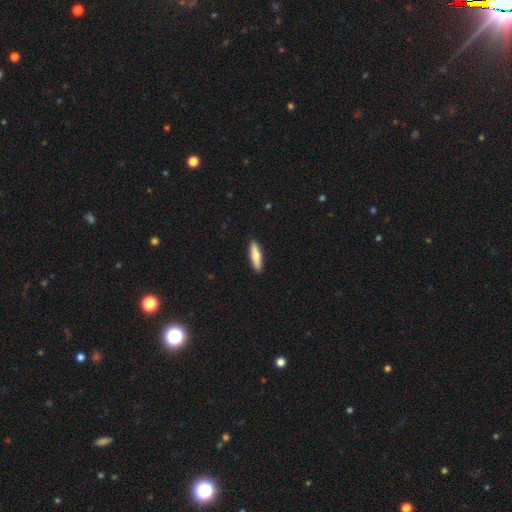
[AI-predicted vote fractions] Smooth or featured? Predicted: smooth (p=0.69). How rounded? Predicted: cigar-shaped (p=0.70). Merging? Predicted: none (p=0.91).